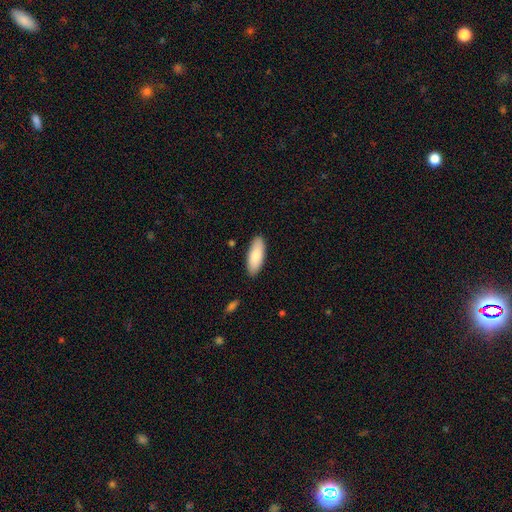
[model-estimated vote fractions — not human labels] smooth-or-featured: smooth: 85% | featured or disk: 10% | star or artifact: 5%
  how-rounded: in between: 75% | cigar-shaped: 23% | round: 2%
  merging: none: 88% | minor disturbance: 9% | major disturbance: 2% | merger: 1%